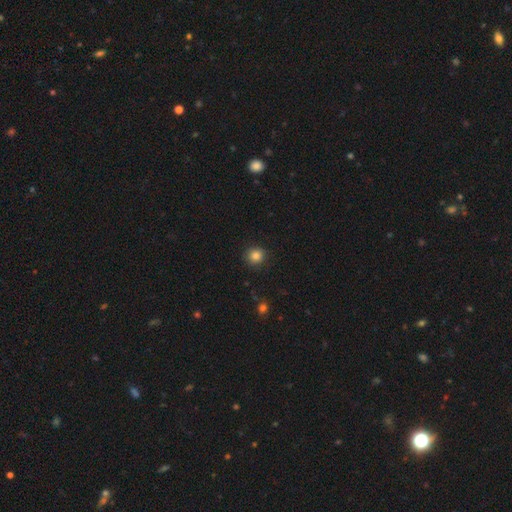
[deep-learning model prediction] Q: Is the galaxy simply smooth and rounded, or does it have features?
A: smooth — 84%.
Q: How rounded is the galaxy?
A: round — 92%.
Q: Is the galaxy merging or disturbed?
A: none — 90%.